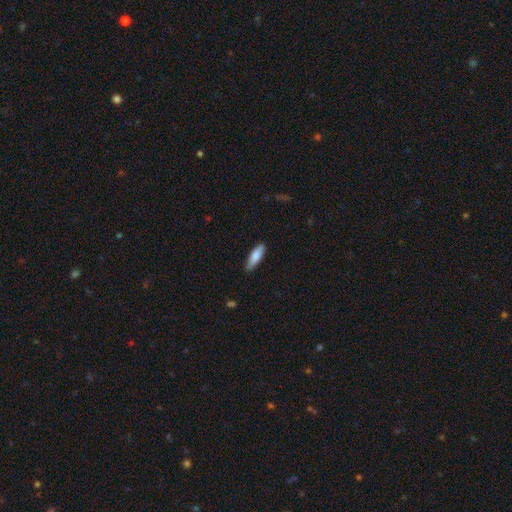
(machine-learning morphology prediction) smooth-or-featured: smooth: 80% | featured or disk: 14% | star or artifact: 6%
  how-rounded: cigar-shaped: 49% (tied) | in between: 49% (tied) | round: 2%
  merging: none: 84% | minor disturbance: 13% | major disturbance: 2% | merger: 1%